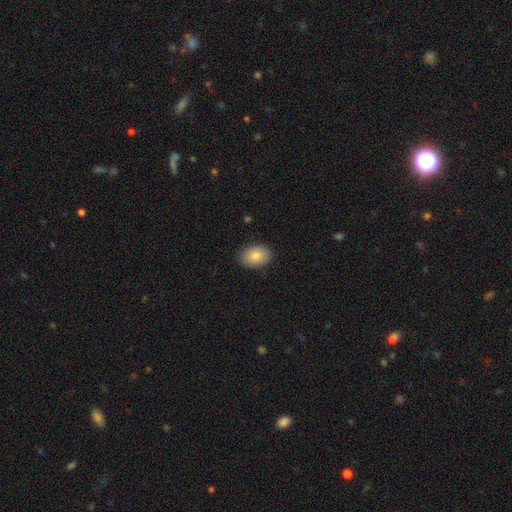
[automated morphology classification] type=smooth (84%); roundness=in between (82%); merging=none (87%).